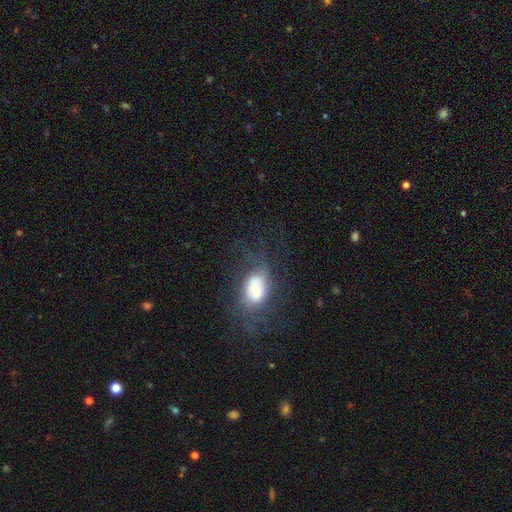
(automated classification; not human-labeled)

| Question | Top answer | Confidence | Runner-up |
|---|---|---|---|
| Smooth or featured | smooth | 54% | featured or disk (25%) |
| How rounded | in between | 80% | round (15%) |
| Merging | none | 74% | minor disturbance (16%) |